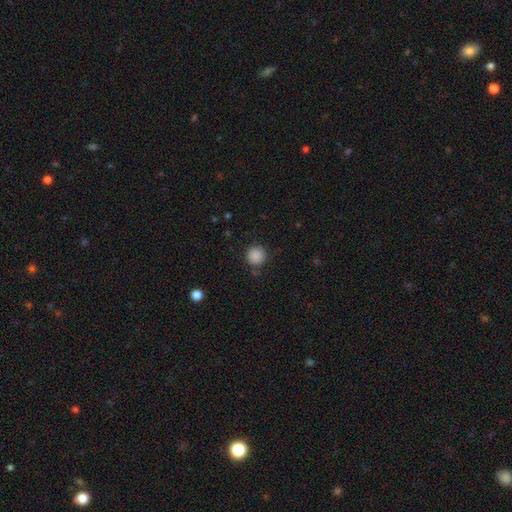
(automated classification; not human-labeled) smooth_or_featured: smooth (p=0.87) [alt: star or artifact p=0.10]
how_rounded: round (p=0.94) [alt: in between p=0.05]
merging: none (p=0.86) [alt: minor disturbance p=0.09]